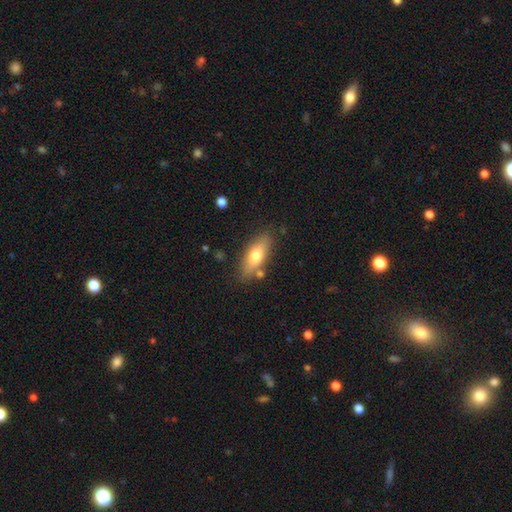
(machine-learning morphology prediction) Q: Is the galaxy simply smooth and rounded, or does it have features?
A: smooth — 68%.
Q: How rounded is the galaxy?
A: in between — 67%.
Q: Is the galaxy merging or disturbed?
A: none — 80%.